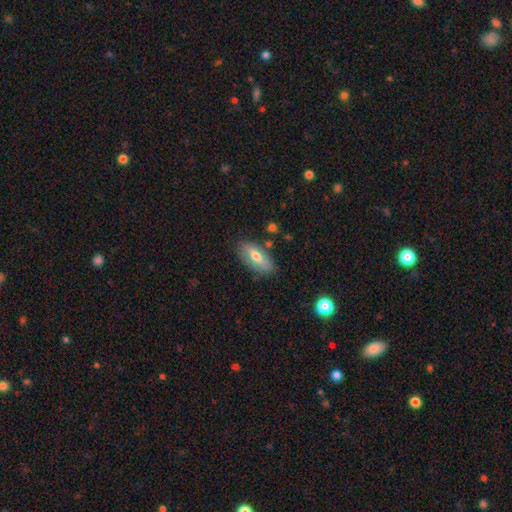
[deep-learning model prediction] Q: Smooth or featured?
A: smooth (61%); runner-up: featured or disk (32%)
Q: How rounded?
A: in between (83%); runner-up: cigar-shaped (14%)
Q: Merging?
A: none (80%); runner-up: minor disturbance (14%)